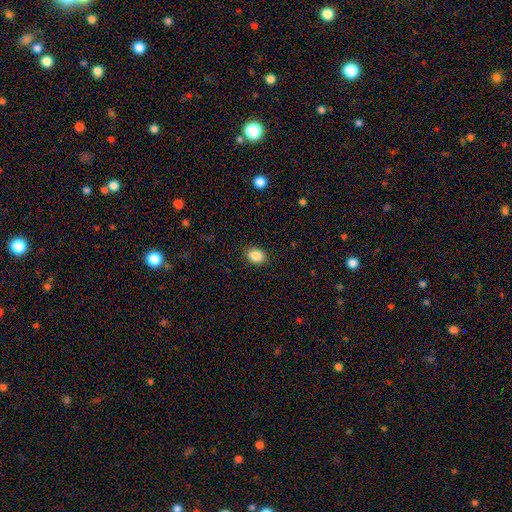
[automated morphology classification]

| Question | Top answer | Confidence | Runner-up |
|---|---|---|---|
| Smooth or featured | smooth | 87% | star or artifact (9%) |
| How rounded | in between | 58% | round (42%) |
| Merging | none | 88% | minor disturbance (9%) |